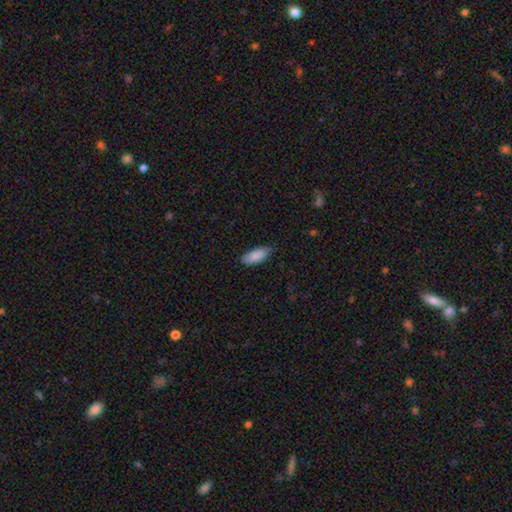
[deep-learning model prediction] smooth-or-featured: smooth: 86% | featured or disk: 9% | star or artifact: 6%
  how-rounded: in between: 83% | cigar-shaped: 15% | round: 2%
  merging: none: 76% | minor disturbance: 20% | major disturbance: 3% | merger: 1%